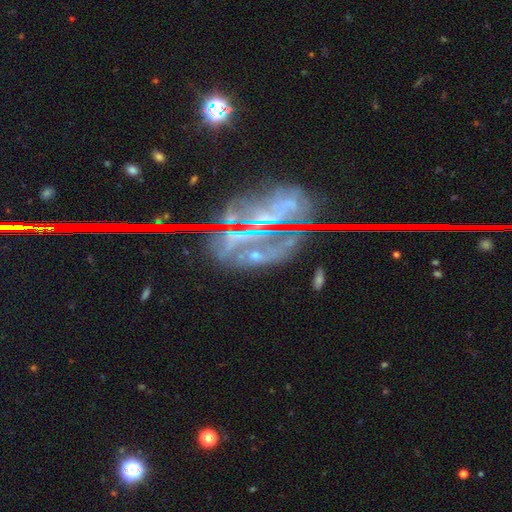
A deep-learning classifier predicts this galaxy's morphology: Smooth or featured? Predicted: star or artifact (p=0.49).